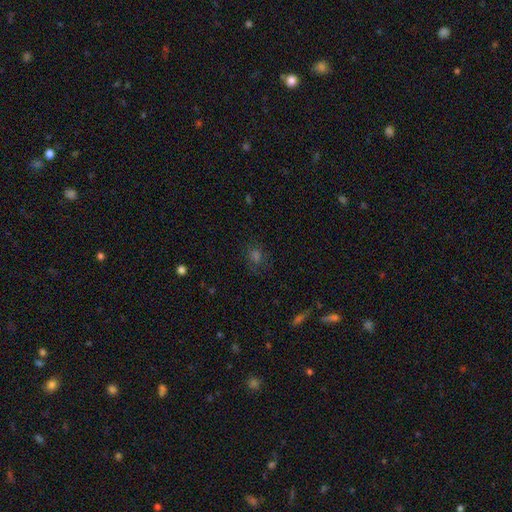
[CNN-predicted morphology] Smooth or featured? smooth (51%)
How rounded? round (65%)
Merging? none (77%)